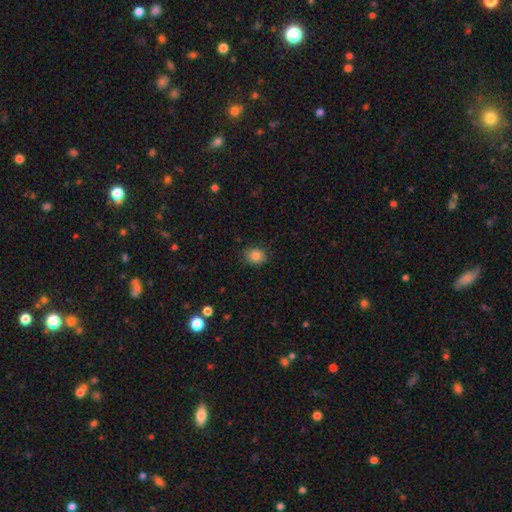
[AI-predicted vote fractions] Smooth or featured? Predicted: smooth (p=0.82). How rounded? Predicted: round (p=0.59). Merging? Predicted: none (p=0.84).